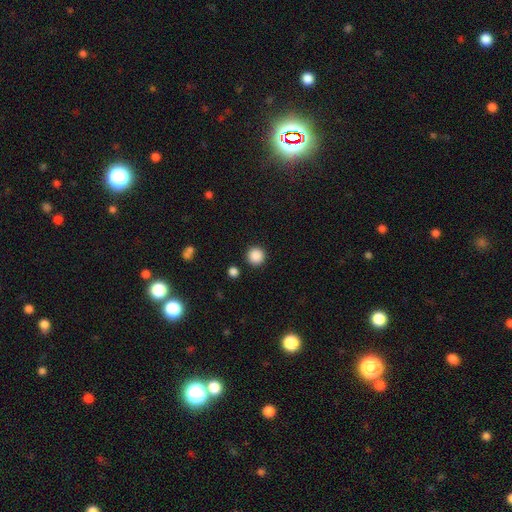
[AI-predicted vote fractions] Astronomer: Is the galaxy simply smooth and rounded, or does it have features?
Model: smooth — 88%.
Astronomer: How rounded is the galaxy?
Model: round — 96%.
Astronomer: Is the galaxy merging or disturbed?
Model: none — 91%.